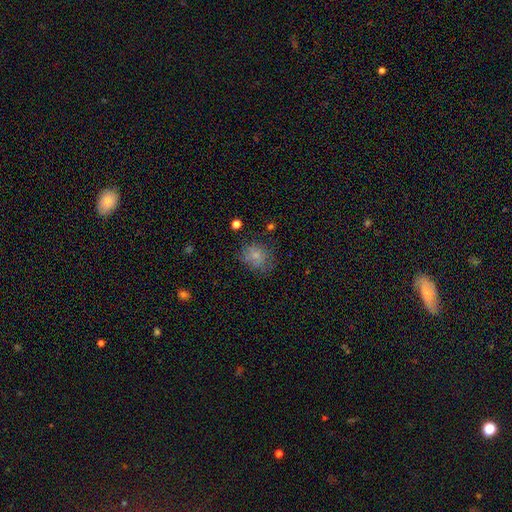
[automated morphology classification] Smooth or featured: smooth — 72% (featured or disk — 15%)
How rounded: round — 62% (in between — 37%)
Merging: none — 62% (minor disturbance — 23%)